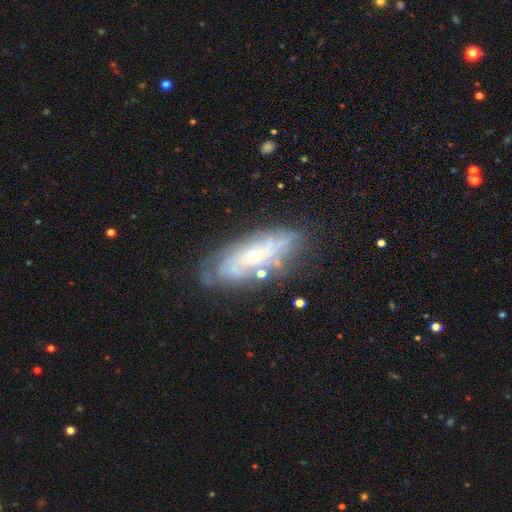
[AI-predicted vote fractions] Smooth or featured? featured or disk (71%)
Edge-on disk? no (82%)
Bar? no (73%)
Spiral arms? yes (77%)
Bulge size? small (70%)
Merging? none (70%)